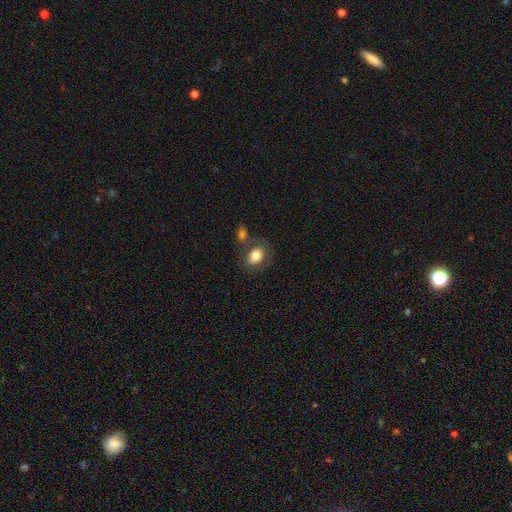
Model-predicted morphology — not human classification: smooth 77%, featured or disk 15%, star or artifact 8%. Down the decision tree: how rounded — in between (70%); merging — none (59%).